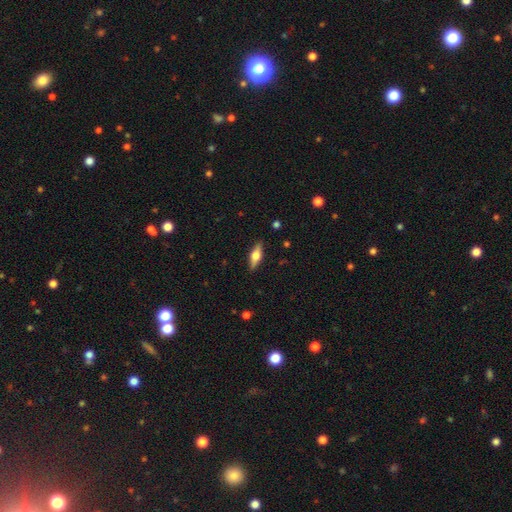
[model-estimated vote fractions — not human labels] Overall: featured or disk (53%; smooth 40%). Edge-on disk: yes (93%). Merging: none (88%).